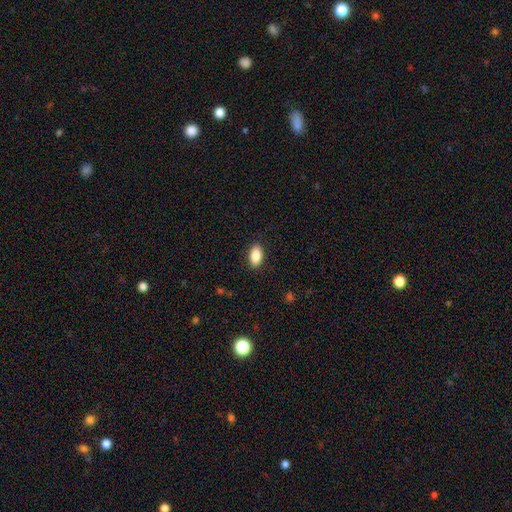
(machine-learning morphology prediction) Smooth or featured: smooth — 87% (star or artifact — 7%)
How rounded: in between — 92% (round — 5%)
Merging: none — 89% (minor disturbance — 8%)